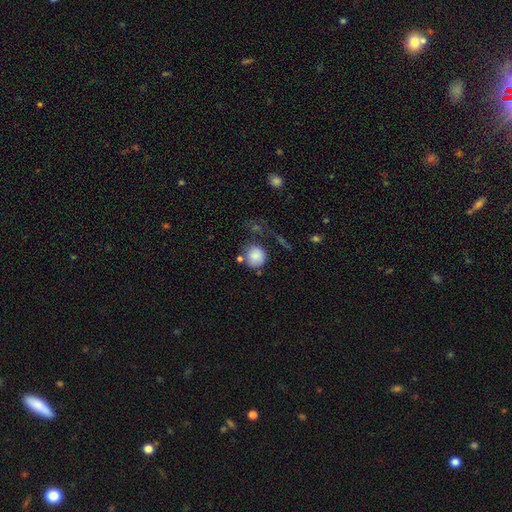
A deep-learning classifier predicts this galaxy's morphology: Smooth or featured?
  - smooth: 85% *
  - star or artifact: 8%
  - featured or disk: 7%
How rounded?
  - round: 91% *
  - in between: 8%
  - cigar-shaped: 1%
Merging?
  - none: 60% *
  - minor disturbance: 18%
  - merger: 11%
  - major disturbance: 11%